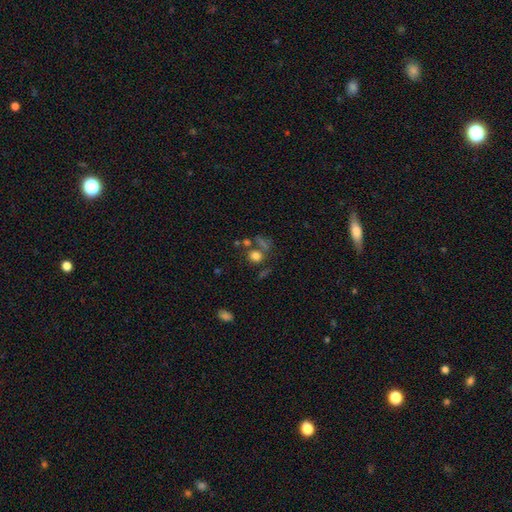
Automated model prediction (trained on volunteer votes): This is likely a smooth galaxy (71%). How rounded: clearly round (81%). Merging: possibly none (53%).